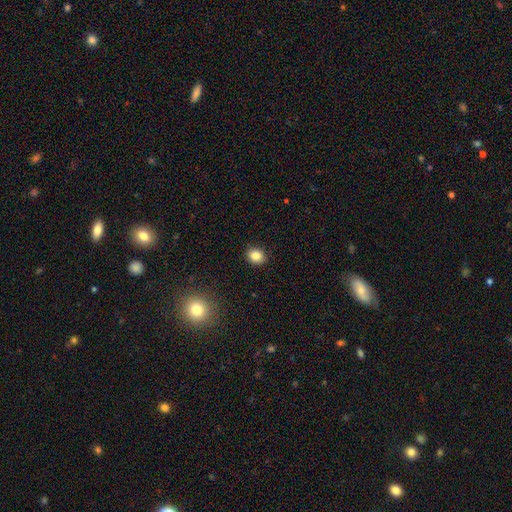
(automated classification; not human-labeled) A smooth galaxy with no disk features (84%) that is round (55%).

Vote fractions:
- Smooth or featured? smooth: 84% / star or artifact: 11% / featured or disk: 5%
- How rounded? round: 55% / in between: 44% / cigar-shaped: 1%
- Merging? none: 90% / minor disturbance: 7% / major disturbance: 2% / merger: 1%